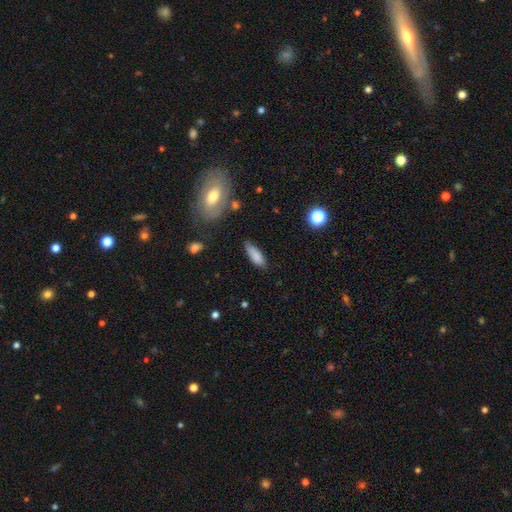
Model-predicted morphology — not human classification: A smooth galaxy with no disk features (82%) that is in between round and cigar-shaped (52%).

Vote fractions:
- Smooth or featured? smooth: 82% / featured or disk: 10% / star or artifact: 7%
- How rounded? in between: 52% / cigar-shaped: 46% / round: 2%
- Merging? none: 75% / minor disturbance: 19% / major disturbance: 4% / merger: 3%